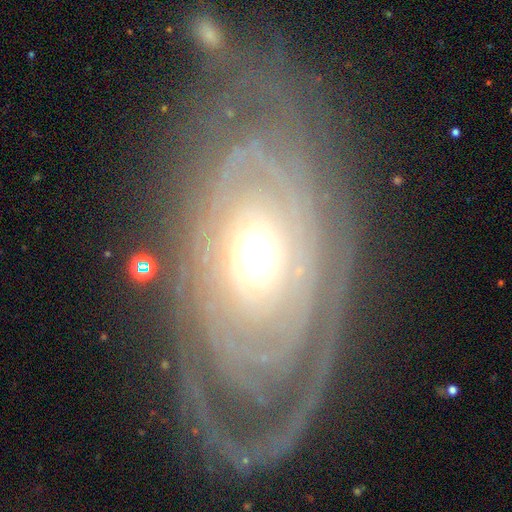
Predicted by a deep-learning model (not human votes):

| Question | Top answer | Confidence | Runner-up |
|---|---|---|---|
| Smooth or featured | featured or disk | 86% | smooth (9%) |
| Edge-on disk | no | 92% | yes (8%) |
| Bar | no | 83% | weak (11%) |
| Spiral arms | yes | 85% | no (15%) |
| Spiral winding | tight | 73% | medium (19%) |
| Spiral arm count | can't tell | 35% | 2 (27%) |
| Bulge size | moderate | 66% | large (17%) |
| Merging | none | 70% | minor disturbance (15%) |